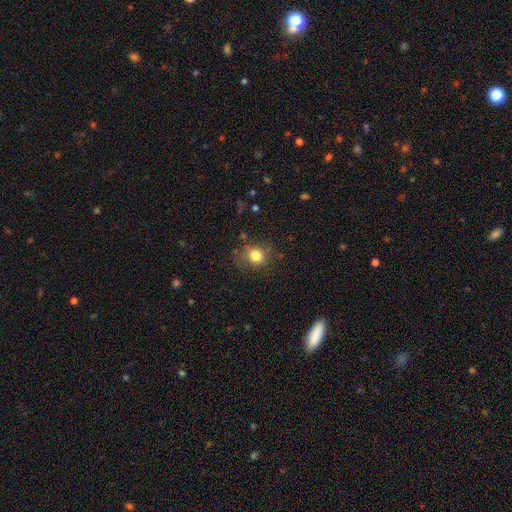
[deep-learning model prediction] Smooth or featured: smooth — 81% (star or artifact — 11%)
How rounded: round — 74% (in between — 25%)
Merging: none — 70% (minor disturbance — 19%)